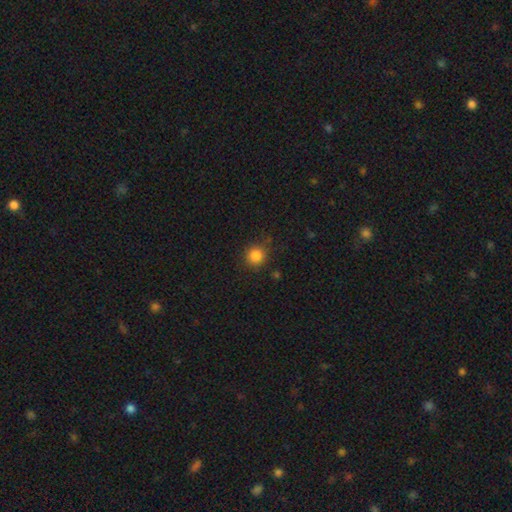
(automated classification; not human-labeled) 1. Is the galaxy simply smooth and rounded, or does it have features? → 85% smooth, 11% star or artifact, 4% featured or disk.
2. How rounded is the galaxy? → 90% round, 9% in between, 1% cigar-shaped.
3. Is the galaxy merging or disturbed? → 81% none, 13% minor disturbance, 4% major disturbance, 2% merger.